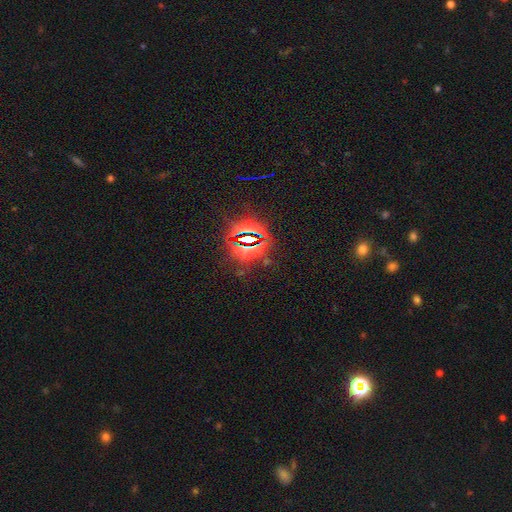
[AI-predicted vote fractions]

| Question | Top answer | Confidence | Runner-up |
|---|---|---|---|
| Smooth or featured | star or artifact | 83% | smooth (10%) |